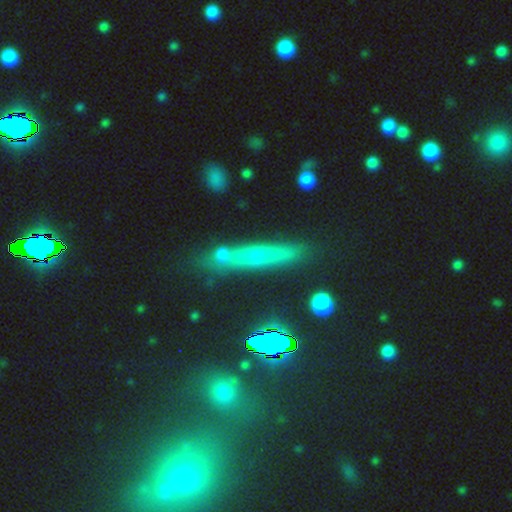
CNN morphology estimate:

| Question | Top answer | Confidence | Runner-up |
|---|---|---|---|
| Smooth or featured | smooth | 40% | featured or disk (38%) |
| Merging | none | 78% | minor disturbance (12%) |